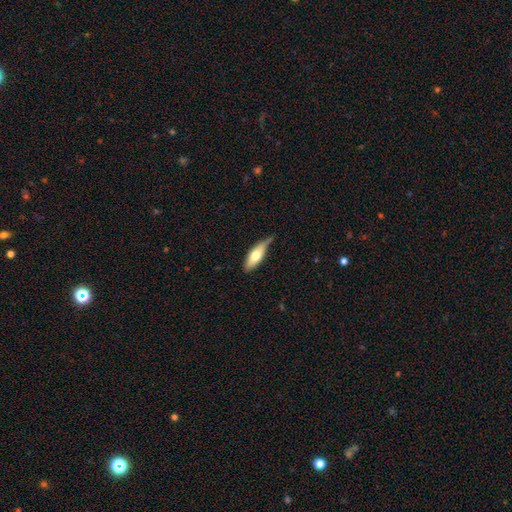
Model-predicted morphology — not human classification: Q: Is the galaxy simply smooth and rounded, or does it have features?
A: smooth — 62%.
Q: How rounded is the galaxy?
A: in between — 60%.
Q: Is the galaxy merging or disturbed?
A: none — 52%.